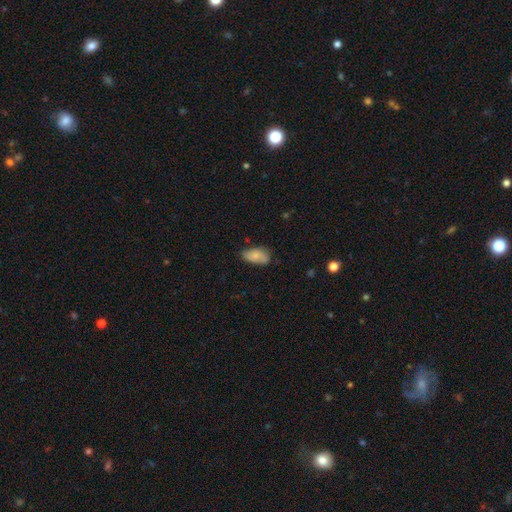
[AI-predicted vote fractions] Smooth or featured? Predicted: smooth (p=0.79). How rounded? Predicted: in between (p=0.93). Merging? Predicted: none (p=0.63).